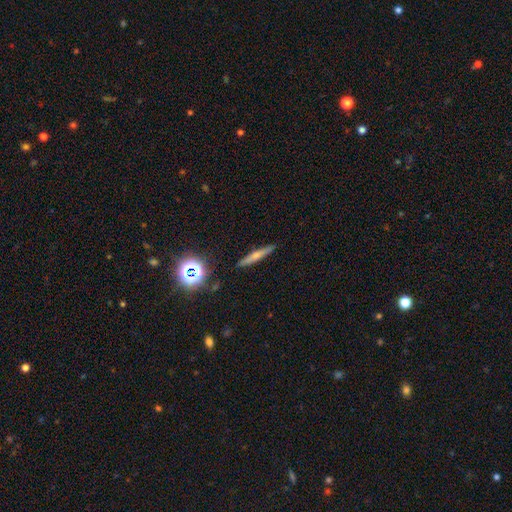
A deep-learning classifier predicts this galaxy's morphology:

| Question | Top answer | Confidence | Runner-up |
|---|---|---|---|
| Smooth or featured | smooth | 54% | featured or disk (34%) |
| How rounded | cigar-shaped | 90% | in between (6%) |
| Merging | none | 88% | minor disturbance (8%) |